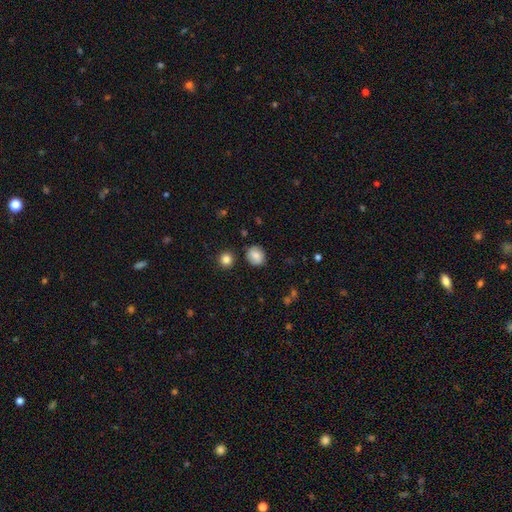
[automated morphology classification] Overall: smooth (81%). How rounded: round (70%). Merging: none (83%).